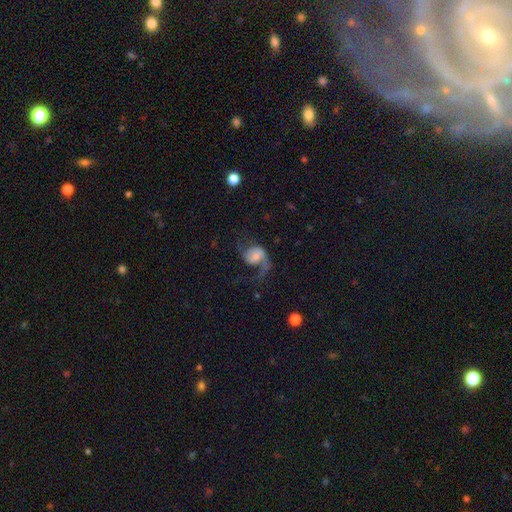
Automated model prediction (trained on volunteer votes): This appears to be a featured or disk galaxy (63%) with no bar (58%), 2 (51%) loose (64%) spiral arms (87%) and a small central bulge (39%). Merging: major disturbance (44%).